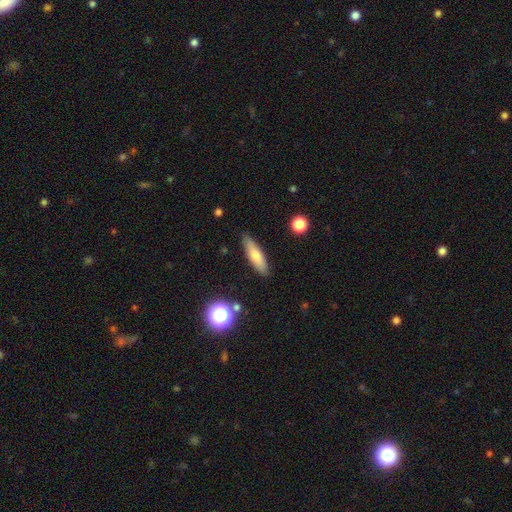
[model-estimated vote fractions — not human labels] smooth 65%, featured or disk 28%, star or artifact 8%. Down the decision tree: how rounded — cigar-shaped (68%); merging — none (87%).